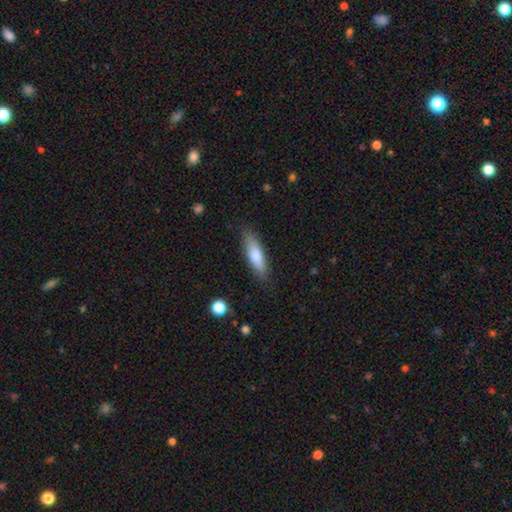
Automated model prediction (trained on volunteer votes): This appears to be a smooth galaxy with no disk features (80%) that is cigar-shaped (57%). Merging: none (84%).